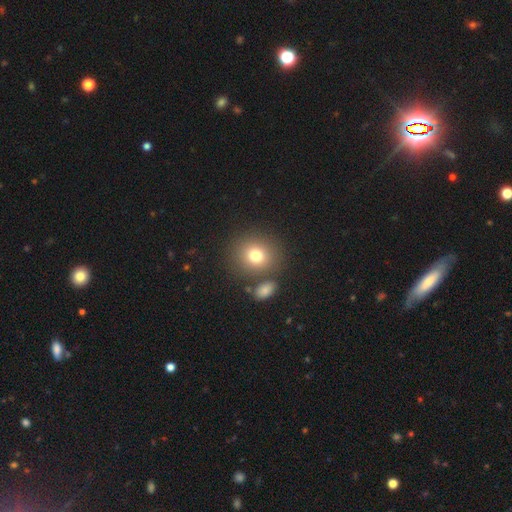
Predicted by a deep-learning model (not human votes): A smooth galaxy with no disk features (77%) that is round (80%). Merging: none (77%).